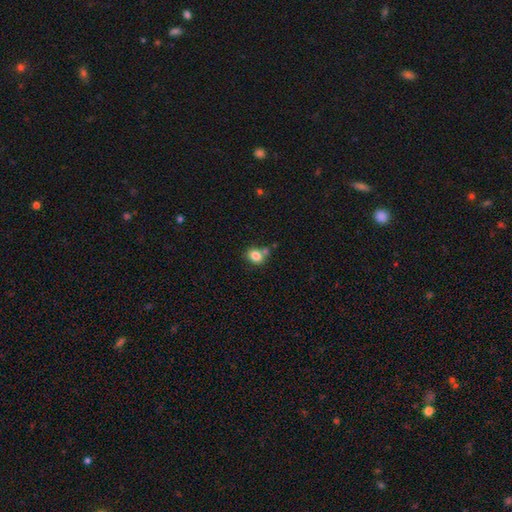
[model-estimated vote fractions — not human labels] Smooth or featured? Predicted: smooth (p=0.82). How rounded? Predicted: round (p=0.57). Merging? Predicted: none (p=0.60).